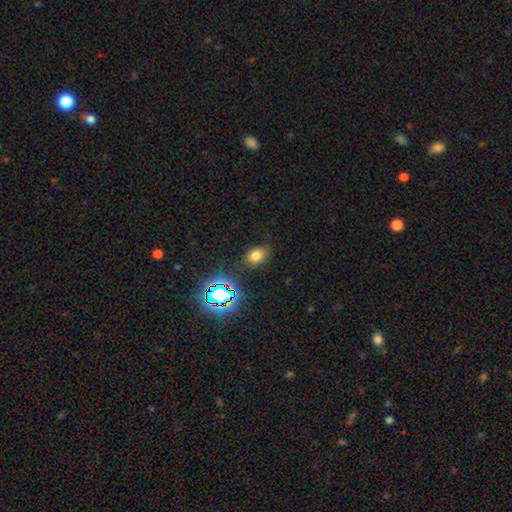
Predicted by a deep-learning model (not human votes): A smooth galaxy with no disk features (69%) that is in between round and cigar-shaped (81%). Merging: none (81%).